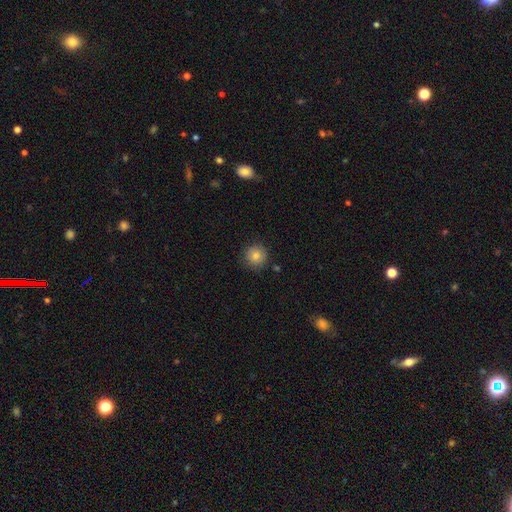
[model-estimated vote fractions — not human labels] A smooth galaxy with no disk features (82%) that is round (94%).

Vote fractions:
- Smooth or featured? smooth: 82% / star or artifact: 10% / featured or disk: 8%
- How rounded? round: 94% / in between: 5% / cigar-shaped: 1%
- Merging? none: 86% / minor disturbance: 10% / major disturbance: 2% / merger: 2%